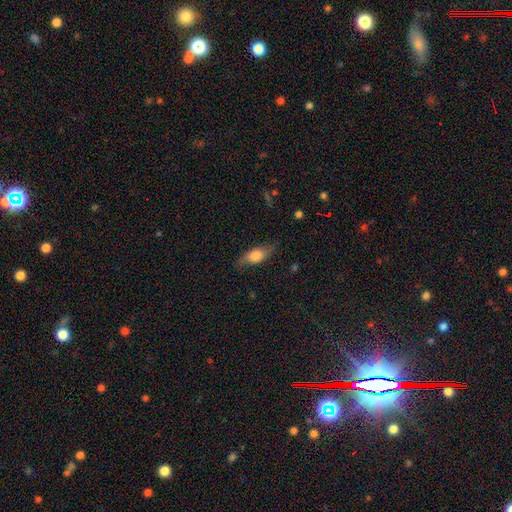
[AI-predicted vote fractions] Smooth or featured: smooth — 69% (featured or disk — 24%)
How rounded: in between — 72% (cigar-shaped — 23%)
Merging: none — 77% (minor disturbance — 18%)